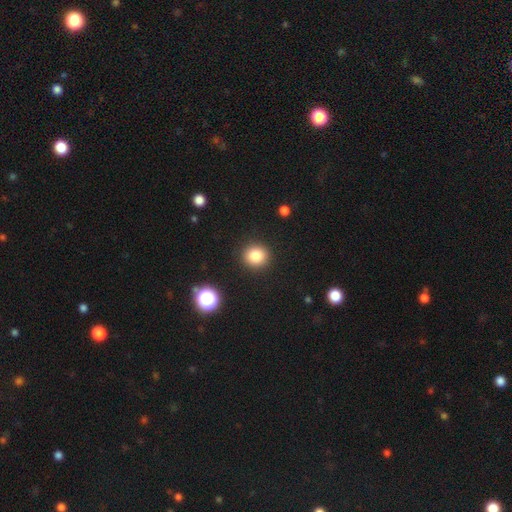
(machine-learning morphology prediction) Smooth or featured: smooth — 83% (star or artifact — 12%)
How rounded: round — 88% (in between — 11%)
Merging: none — 91% (minor disturbance — 6%)